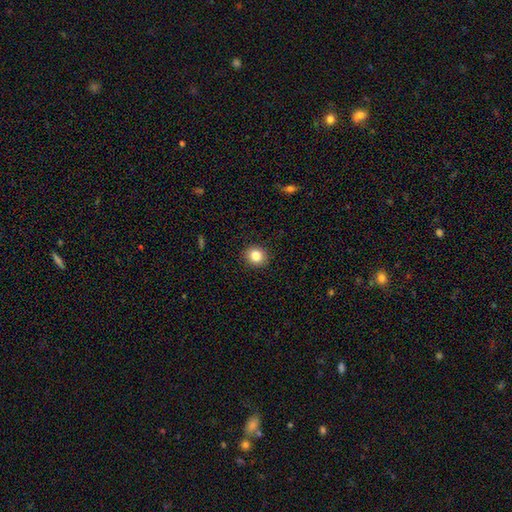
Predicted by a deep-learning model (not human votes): Q: Smooth or featured?
A: smooth (84%); runner-up: star or artifact (10%)
Q: How rounded?
A: round (80%); runner-up: in between (19%)
Q: Merging?
A: none (91%); runner-up: minor disturbance (6%)